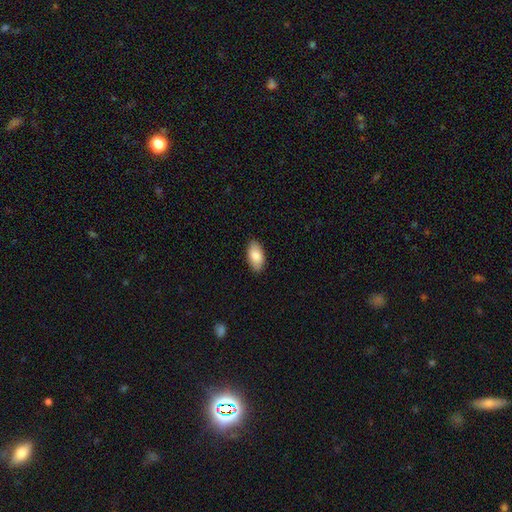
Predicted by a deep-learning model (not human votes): Smooth or featured: smooth — 86% (featured or disk — 8%)
How rounded: in between — 94% (cigar-shaped — 3%)
Merging: none — 89% (minor disturbance — 9%)